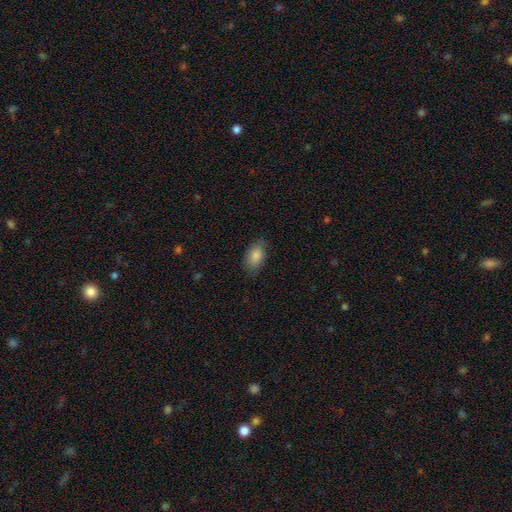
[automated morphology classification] This appears to be a smooth galaxy with no disk features (86%) that is in between round and cigar-shaped (91%). Merging: none (81%).